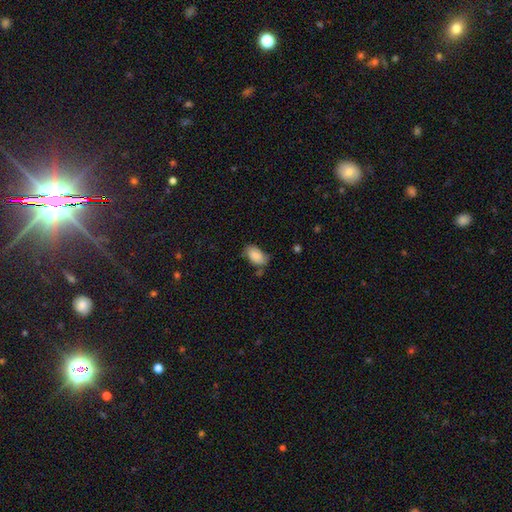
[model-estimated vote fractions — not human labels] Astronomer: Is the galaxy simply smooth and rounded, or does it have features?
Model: smooth — 85%.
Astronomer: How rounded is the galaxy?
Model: in between — 93%.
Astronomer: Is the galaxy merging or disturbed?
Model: none — 62%.